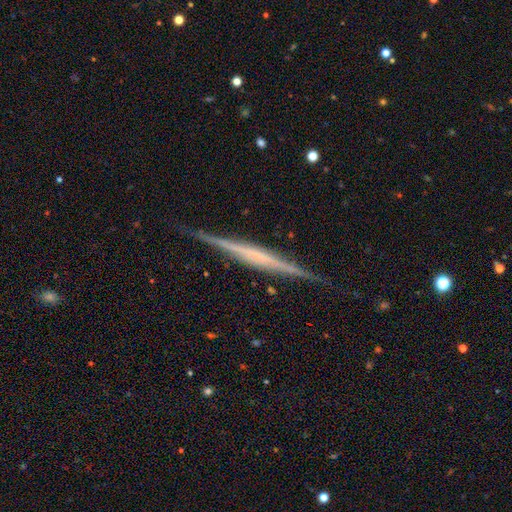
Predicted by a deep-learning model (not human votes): A featured or disk galaxy (77%) viewed edge-on (98%) with no central bulge (53%).

Vote fractions:
- Smooth or featured? featured or disk: 77% / smooth: 16% / star or artifact: 6%
- Edge-on disk? yes: 98% / no: 2%
- Edge-on bulge? none: 53% / boxy: 24% / rounded: 23%
- Merging? none: 89% / minor disturbance: 8% / major disturbance: 2% / merger: 1%